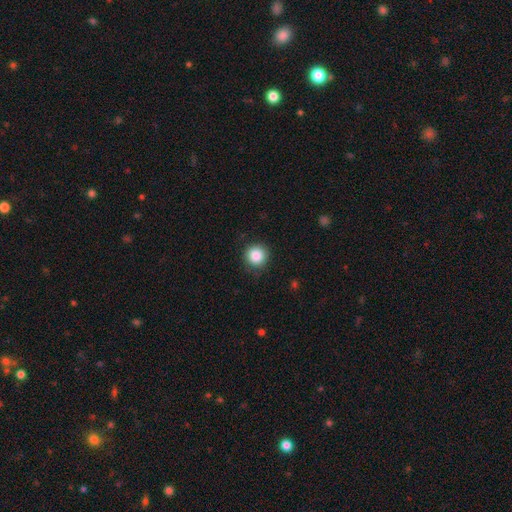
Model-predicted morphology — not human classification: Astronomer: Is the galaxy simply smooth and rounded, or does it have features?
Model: smooth — 86%.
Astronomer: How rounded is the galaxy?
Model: round — 94%.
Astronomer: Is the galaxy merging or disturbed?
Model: none — 87%.